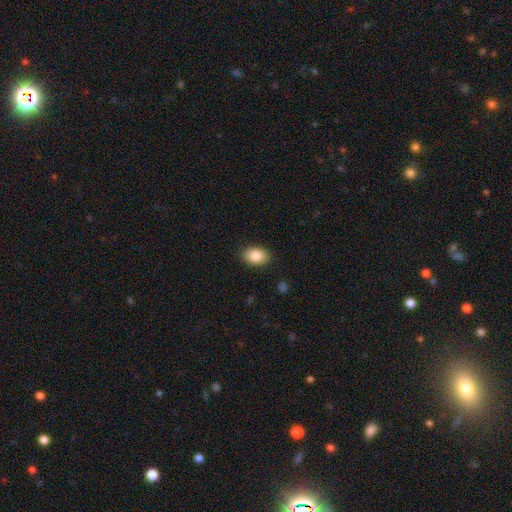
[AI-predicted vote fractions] smooth 85%, featured or disk 8%, star or artifact 7%. Down the decision tree: how rounded — in between (82%); merging — none (88%).